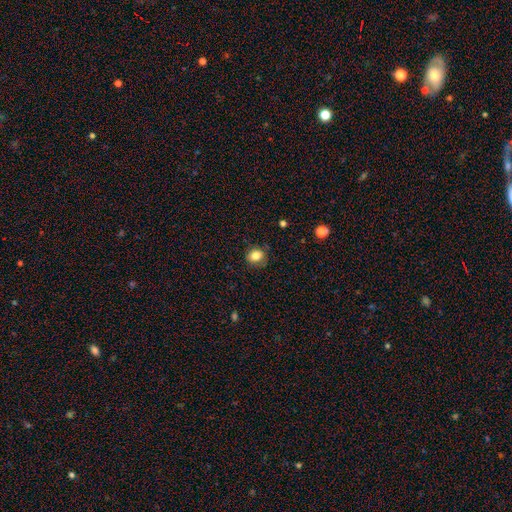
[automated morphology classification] Smooth or featured?
  - smooth: 82% *
  - star or artifact: 10%
  - featured or disk: 8%
How rounded?
  - round: 63% *
  - in between: 37%
  - cigar-shaped: 1%
Merging?
  - none: 80% *
  - minor disturbance: 15%
  - major disturbance: 4%
  - merger: 1%